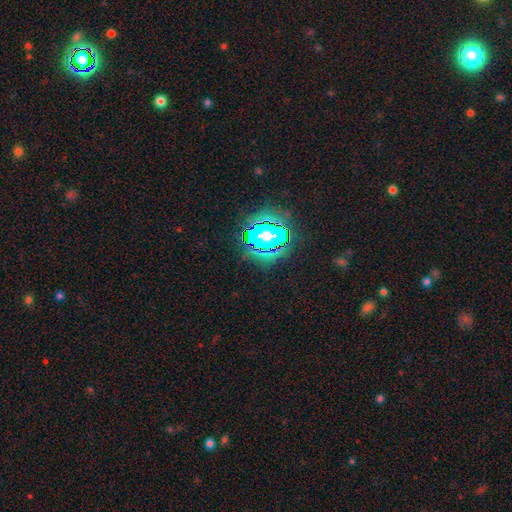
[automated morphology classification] star or artifact 82%, smooth 11%, featured or disk 7%.